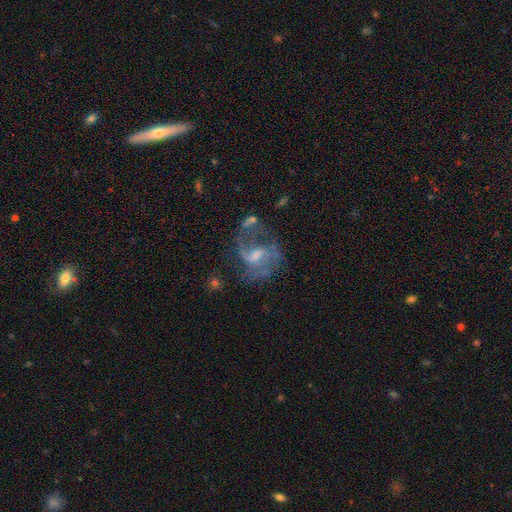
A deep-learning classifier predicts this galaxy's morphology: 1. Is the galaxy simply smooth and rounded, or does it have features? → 78% featured or disk, 12% smooth, 10% star or artifact.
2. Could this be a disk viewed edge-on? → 97% no, 3% yes.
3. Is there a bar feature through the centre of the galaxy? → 52% weak, 34% no, 14% strong.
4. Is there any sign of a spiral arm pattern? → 83% yes, 17% no.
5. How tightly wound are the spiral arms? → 46% loose, 42% medium, 12% tight.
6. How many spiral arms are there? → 53% 2, 19% can't tell, 11% 3, 10% 1, 3% 4, 3% more than 4.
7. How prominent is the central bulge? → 41% moderate, 40% small, 14% none, 4% large, 1% dominant.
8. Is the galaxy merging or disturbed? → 43% none, 29% major disturbance, 18% minor disturbance, 9% merger.